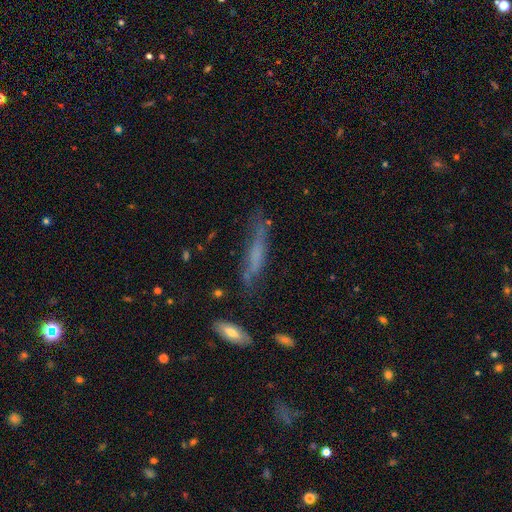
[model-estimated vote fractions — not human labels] Smooth or featured? Predicted: smooth (p=0.46). Merging? Predicted: none (p=0.59).